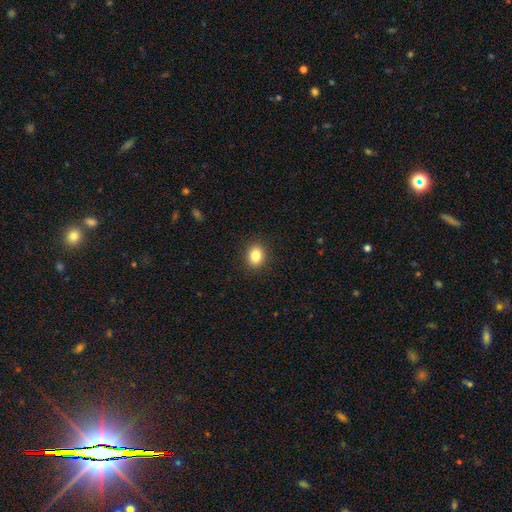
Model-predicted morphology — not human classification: smooth_or_featured: smooth (p=0.85) [alt: star or artifact p=0.10]
how_rounded: in between (p=0.51) [alt: round p=0.48]
merging: none (p=0.90) [alt: minor disturbance p=0.07]